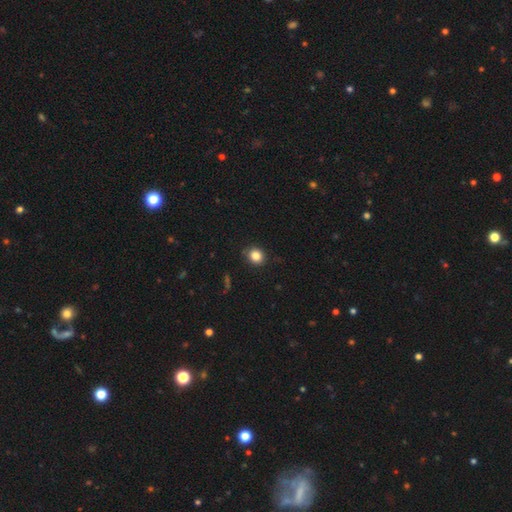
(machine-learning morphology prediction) type=smooth (85%); roundness=round (74%); merging=none (85%).